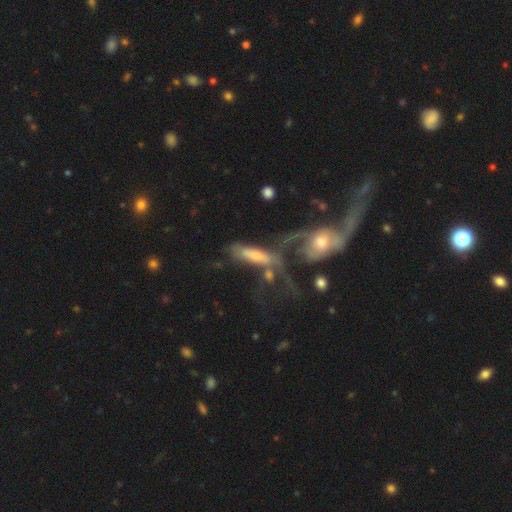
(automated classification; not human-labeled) Overall: smooth (45%, tied with featured or disk). Merging: merger (46%; major disturbance 22%).